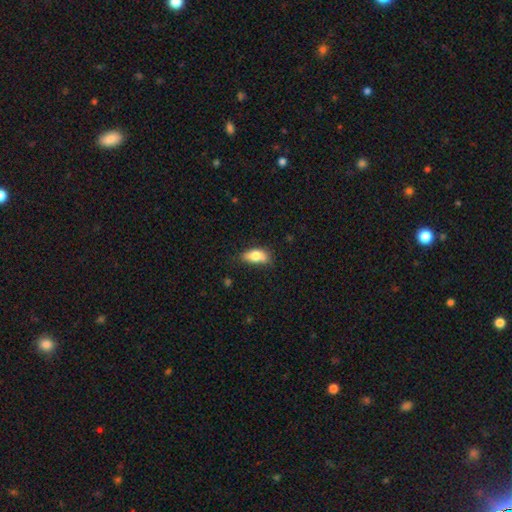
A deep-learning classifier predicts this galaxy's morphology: This is likely a smooth galaxy (79%). How rounded: clearly in between (88%). Merging: possibly none (52%).